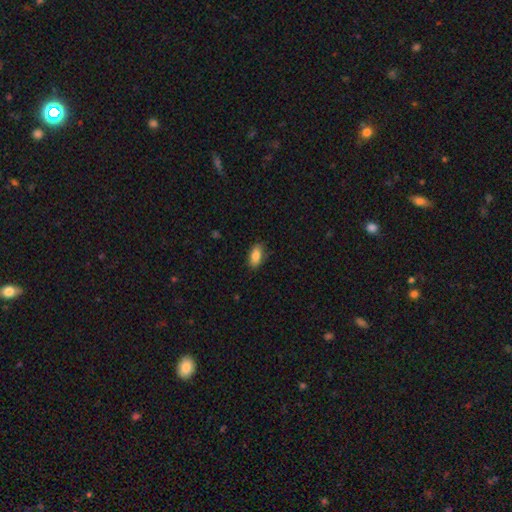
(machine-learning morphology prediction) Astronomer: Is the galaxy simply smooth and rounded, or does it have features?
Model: smooth — 85%.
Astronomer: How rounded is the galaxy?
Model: in between — 89%.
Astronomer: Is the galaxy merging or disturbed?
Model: none — 82%.